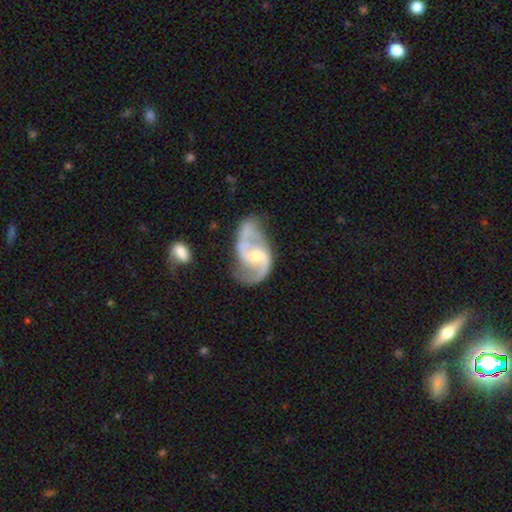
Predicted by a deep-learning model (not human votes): A featured or disk galaxy (90%) with a weak bar (45%), 2 (90%) medium (49%) spiral arms (96%) and a small central bulge (47%).

Vote fractions:
- Smooth or featured? featured or disk: 90% / smooth: 6% / star or artifact: 5%
- Edge-on disk? no: 98% / yes: 2%
- Bar? weak: 45% / no: 41% / strong: 14%
- Spiral arms? yes: 96% / no: 4%
- Spiral winding? medium: 49% / loose: 39% / tight: 12%
- Spiral arm count? 2: 90% / can't tell: 3% / 1: 2% / 3: 2% / 4: 1% / more than 4: 1%
- Bulge size? small: 47% / moderate: 46% / none: 3% / large: 2% / dominant: 1%
- Merging? none: 52% / minor disturbance: 24% / major disturbance: 16% / merger: 7%